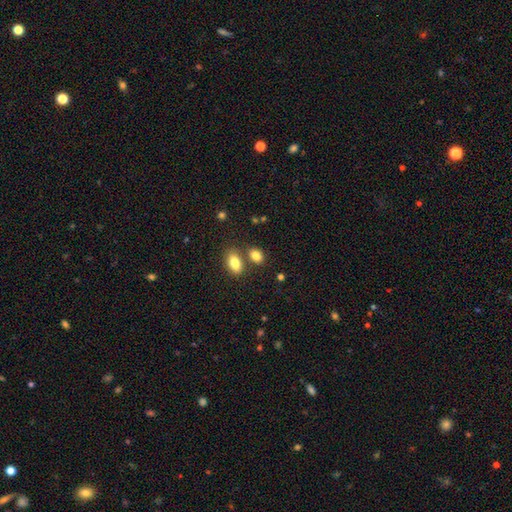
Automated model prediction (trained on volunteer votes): This appears to be a smooth galaxy with no disk features (84%) that is in between round and cigar-shaped (81%). Merging: none (62%).